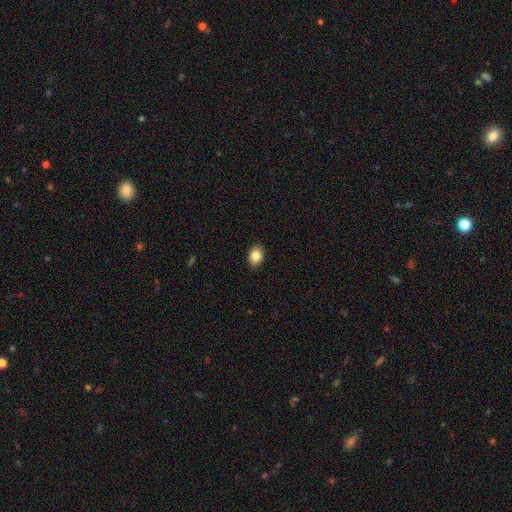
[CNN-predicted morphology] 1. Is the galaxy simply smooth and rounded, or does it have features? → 84% smooth, 9% star or artifact, 7% featured or disk.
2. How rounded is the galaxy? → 68% in between, 31% round, 1% cigar-shaped.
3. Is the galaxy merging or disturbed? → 88% none, 9% minor disturbance, 2% major disturbance, 1% merger.